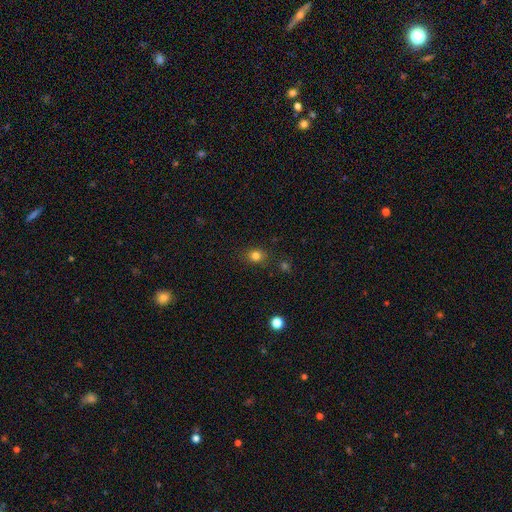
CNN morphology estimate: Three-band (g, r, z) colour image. It shows a smooth galaxy with no disk features (80%) that is round (68%). Merging: none (84%).